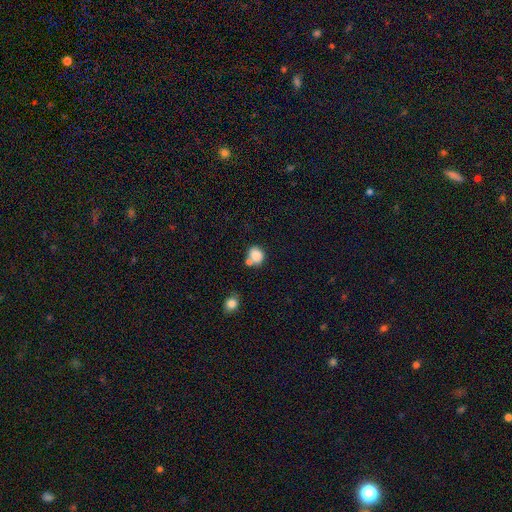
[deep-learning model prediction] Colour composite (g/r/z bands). It shows a smooth galaxy with no disk features (83%) that is round (69%). Merging: none (46%).